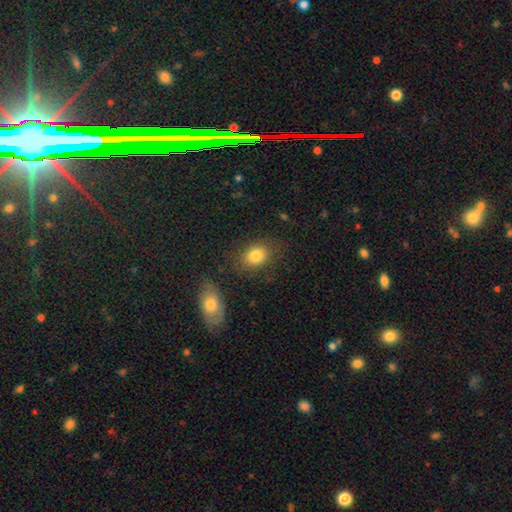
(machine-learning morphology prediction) smooth 82%, star or artifact 10%, featured or disk 8%. Down the decision tree: how rounded — in between (64%); merging — none (79%).